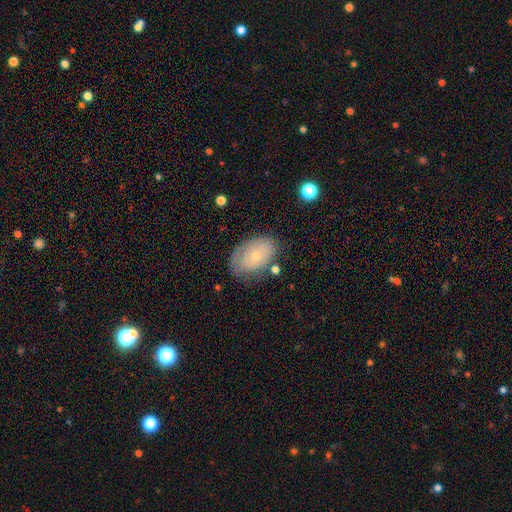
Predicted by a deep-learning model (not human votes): Smooth or featured?
  - smooth: 49% *
  - featured or disk: 43%
  - star or artifact: 8%
Merging?
  - none: 64% *
  - minor disturbance: 25%
  - major disturbance: 8%
  - merger: 3%